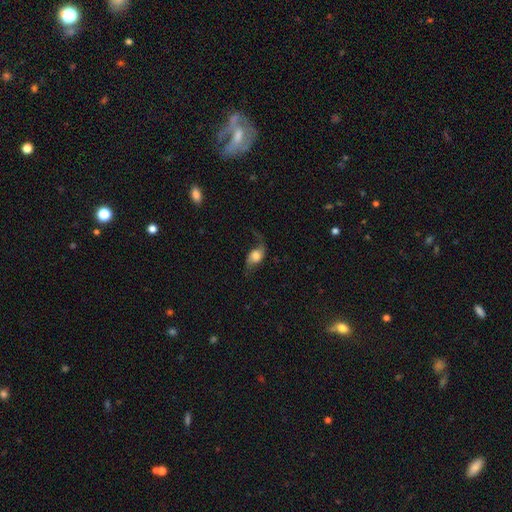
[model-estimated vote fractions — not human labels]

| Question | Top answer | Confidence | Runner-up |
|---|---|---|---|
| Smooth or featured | featured or disk | 58% | smooth (33%) |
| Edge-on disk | no | 91% | yes (9%) |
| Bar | no | 63% | weak (28%) |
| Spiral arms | yes | 90% | no (10%) |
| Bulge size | large | 37% | moderate (32%) |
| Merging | none | 57% | minor disturbance (21%) |